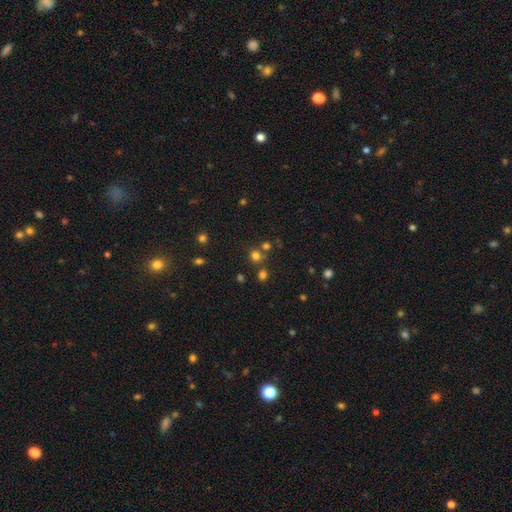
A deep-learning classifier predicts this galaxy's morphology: Q: Smooth or featured?
A: smooth (67%); runner-up: star or artifact (26%)
Q: How rounded?
A: round (85%); runner-up: in between (14%)
Q: Merging?
A: none (70%); runner-up: merger (18%)